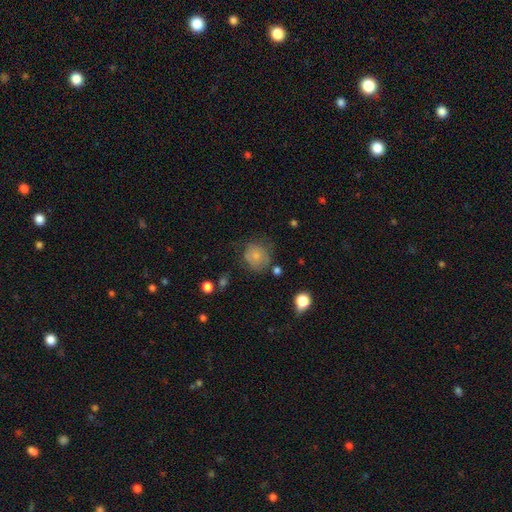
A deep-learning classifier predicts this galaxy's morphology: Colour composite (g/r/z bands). It shows a smooth galaxy with no disk features (72%) that is round (81%). Merging: none (58%).